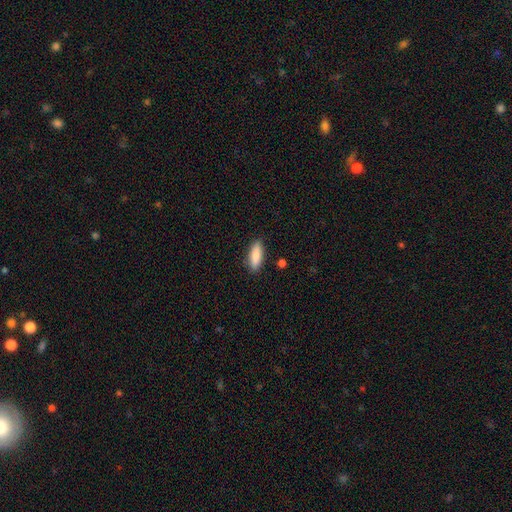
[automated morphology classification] Smooth or featured? Predicted: smooth (p=0.87). How rounded? Predicted: in between (p=0.58). Merging? Predicted: none (p=0.87).